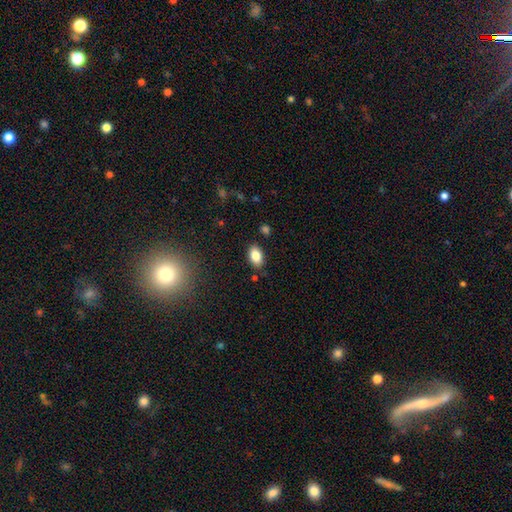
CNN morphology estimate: The model was most divided on "merging": none: 85%, minor disturbance: 10%, merger: 2%, major disturbance: 2%. More confident: how rounded — in between (91%); smooth or featured — smooth (84%).